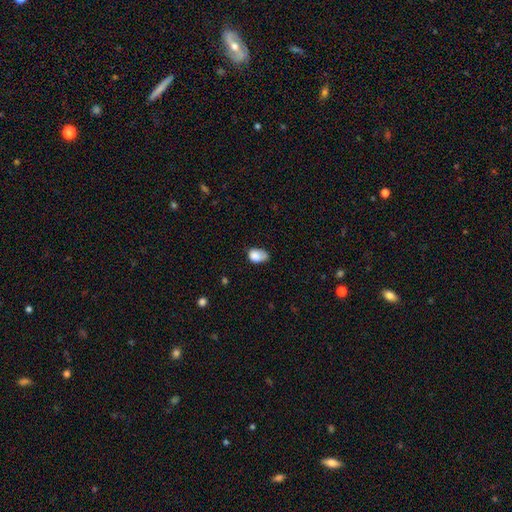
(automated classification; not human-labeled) A smooth galaxy with no disk features (81%) that is in between round and cigar-shaped (79%). Merging: none (41%).